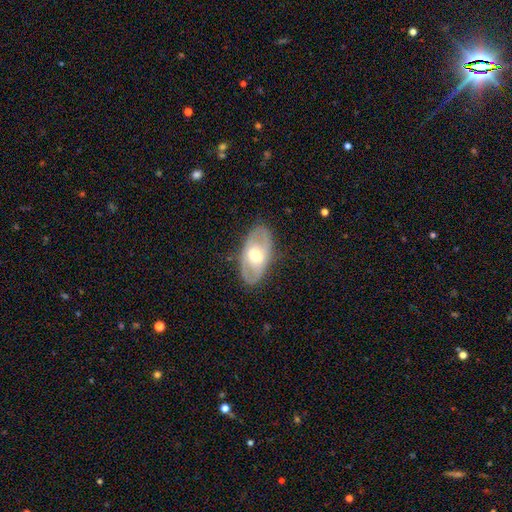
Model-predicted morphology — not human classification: The model was most divided on "spiral arms": no: 53%, yes: 47%. Remaining: edge-on disk — no (89%); merging — none (80%); bulge size — moderate (67%); smooth or featured — featured or disk (60%); bar — no (46%).